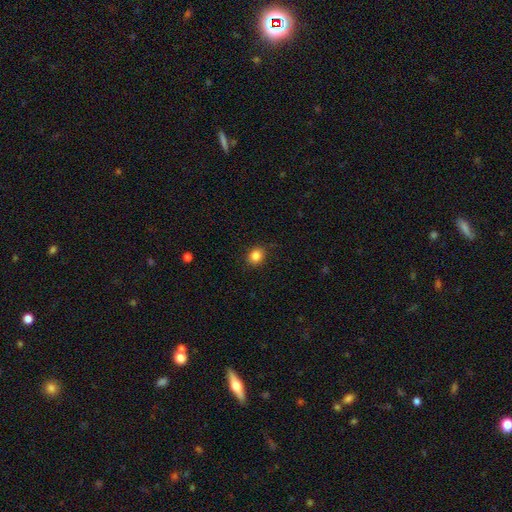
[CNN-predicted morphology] smooth-or-featured: smooth: 85% | star or artifact: 10% | featured or disk: 5%
  how-rounded: round: 66% | in between: 33% | cigar-shaped: 1%
  merging: none: 86% | minor disturbance: 10% | major disturbance: 3% | merger: 1%